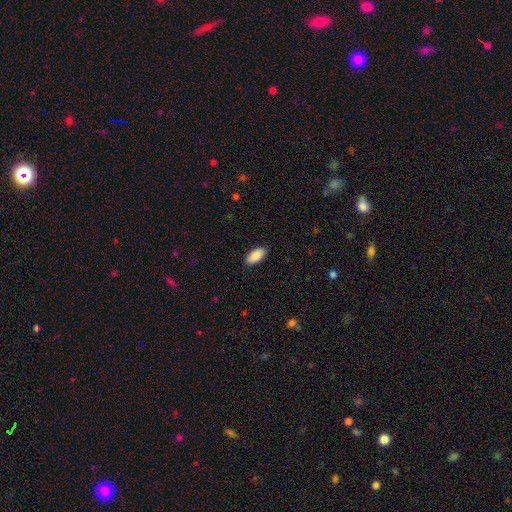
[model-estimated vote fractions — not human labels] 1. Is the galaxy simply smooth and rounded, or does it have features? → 90% smooth, 6% star or artifact, 4% featured or disk.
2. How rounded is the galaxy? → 93% in between, 5% cigar-shaped, 2% round.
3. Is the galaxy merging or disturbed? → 89% none, 8% minor disturbance, 2% major disturbance, 1% merger.